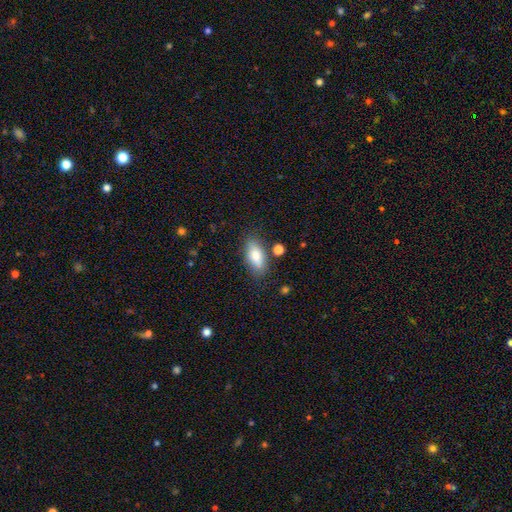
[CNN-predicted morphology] A smooth galaxy with no disk features (78%) that is in between round and cigar-shaped (83%).

Vote fractions:
- Smooth or featured? smooth: 78% / featured or disk: 15% / star or artifact: 7%
- How rounded? in between: 83% / cigar-shaped: 13% / round: 4%
- Merging? none: 79% / minor disturbance: 13% / merger: 4% / major disturbance: 3%